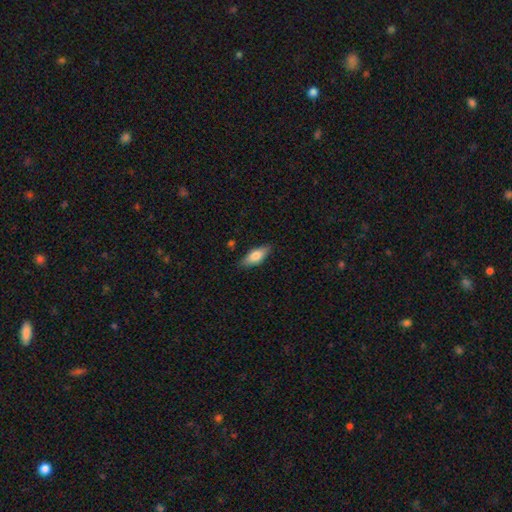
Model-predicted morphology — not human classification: A smooth galaxy with no disk features (72%) that is in between round and cigar-shaped (74%). Merging: none (83%).